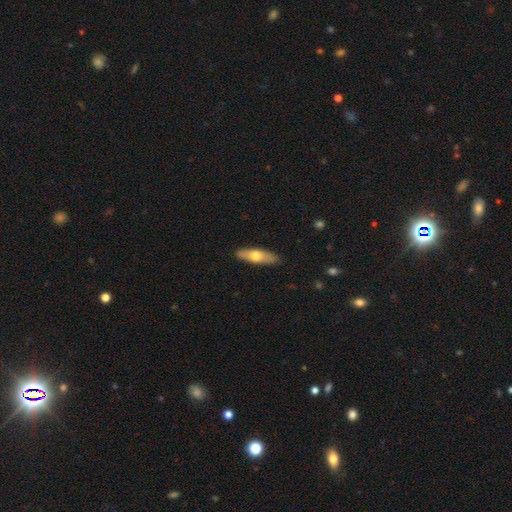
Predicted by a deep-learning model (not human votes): Smooth or featured?
  - smooth: 57% *
  - featured or disk: 38%
  - star or artifact: 5%
How rounded?
  - cigar-shaped: 56% *
  - in between: 41%
  - round: 3%
Merging?
  - none: 89% *
  - minor disturbance: 8%
  - major disturbance: 2%
  - merger: 1%